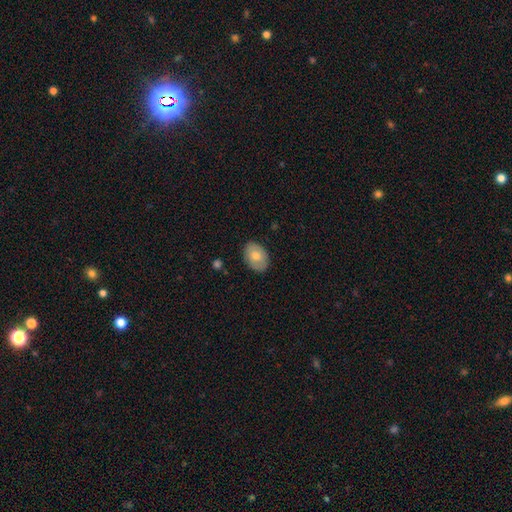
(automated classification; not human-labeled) smooth_or_featured: smooth (p=0.69) [alt: featured or disk p=0.24]
how_rounded: in between (p=0.79) [alt: round p=0.20]
merging: none (p=0.85) [alt: minor disturbance p=0.11]